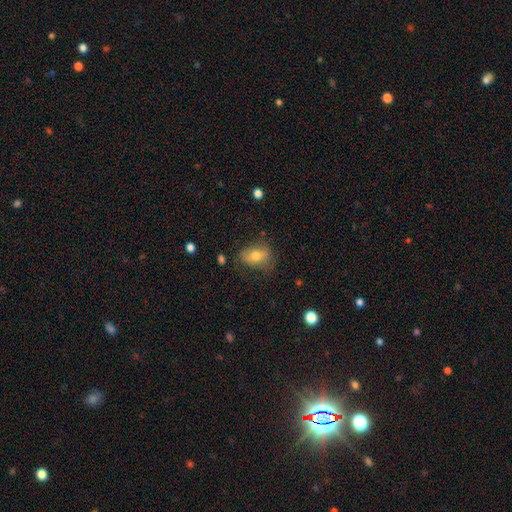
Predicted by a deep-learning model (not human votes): This is likely a smooth galaxy (69%). How rounded: likely in between (70%). Merging: likely none (62%).